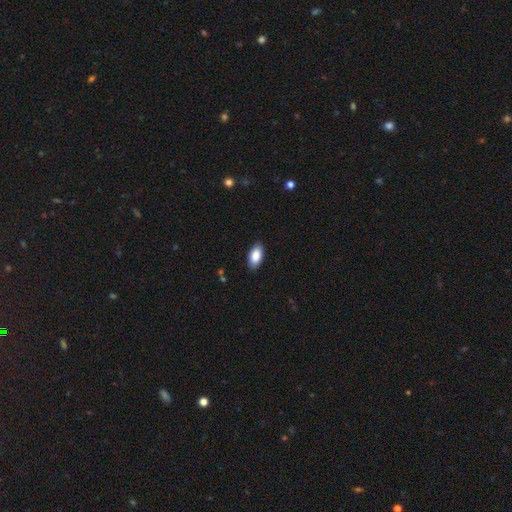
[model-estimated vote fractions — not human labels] A smooth galaxy with no disk features (86%) that is in between round and cigar-shaped (94%). Merging: none (88%).